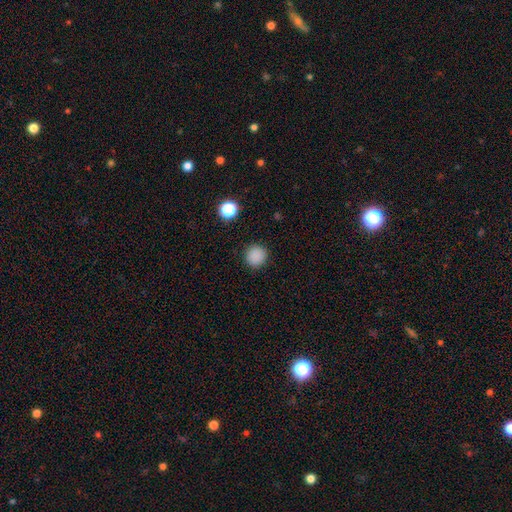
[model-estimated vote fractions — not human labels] A smooth galaxy with no disk features (85%) that is round (94%). Merging: none (91%).